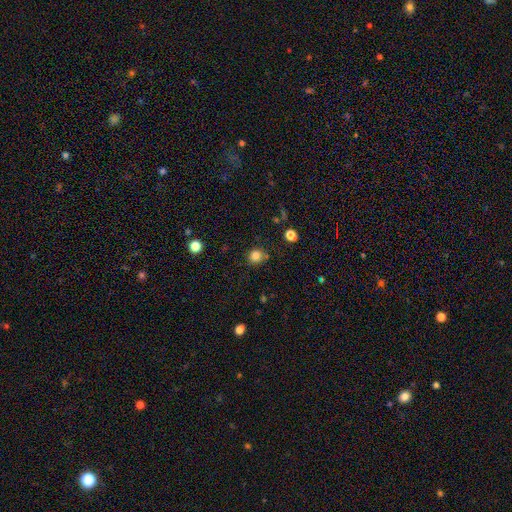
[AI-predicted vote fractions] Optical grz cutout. It shows a smooth galaxy with no disk features (82%) that is round (88%). Merging: none (81%).